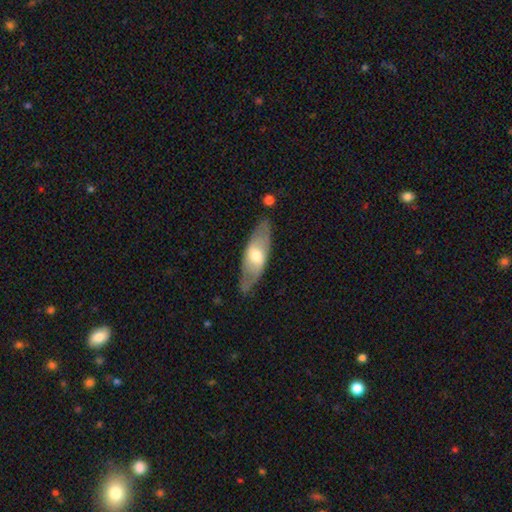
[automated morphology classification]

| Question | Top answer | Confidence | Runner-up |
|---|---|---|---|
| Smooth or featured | featured or disk | 50% | smooth (45%) |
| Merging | none | 78% | minor disturbance (15%) |